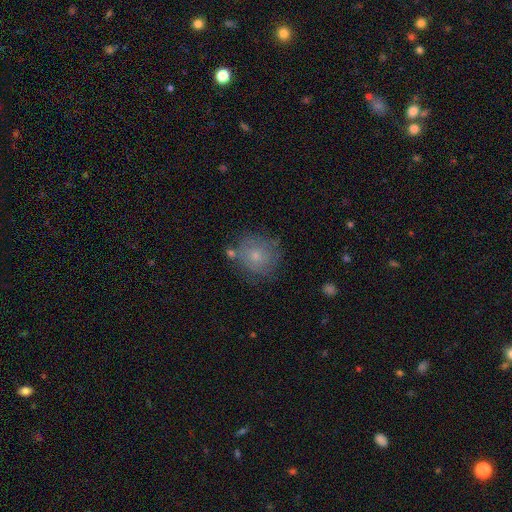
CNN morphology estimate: Smooth or featured: smooth — 68% (featured or disk — 23%)
How rounded: round — 87% (in between — 12%)
Merging: none — 69% (minor disturbance — 19%)